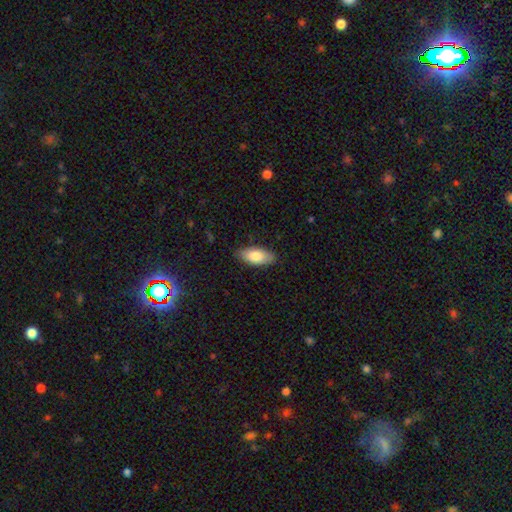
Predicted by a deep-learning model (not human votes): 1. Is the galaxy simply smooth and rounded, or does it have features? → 82% smooth, 12% featured or disk, 6% star or artifact.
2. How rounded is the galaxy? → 89% in between, 9% cigar-shaped, 2% round.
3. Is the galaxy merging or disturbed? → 85% none, 12% minor disturbance, 2% major disturbance, 1% merger.